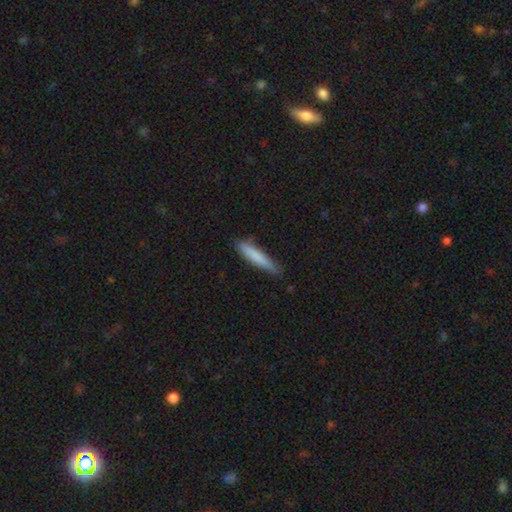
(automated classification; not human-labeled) smooth-or-featured: smooth: 80% | featured or disk: 15% | star or artifact: 6%
  how-rounded: cigar-shaped: 92% | in between: 7% | round: 1%
  merging: none: 79% | minor disturbance: 17% | major disturbance: 3% | merger: 2%